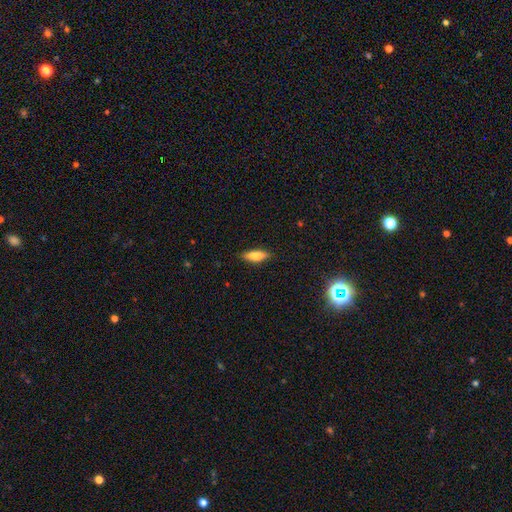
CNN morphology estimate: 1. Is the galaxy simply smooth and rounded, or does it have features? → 82% smooth, 11% featured or disk, 7% star or artifact.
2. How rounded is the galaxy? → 52% in between, 46% cigar-shaped, 2% round.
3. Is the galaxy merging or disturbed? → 84% none, 12% minor disturbance, 2% major disturbance, 1% merger.